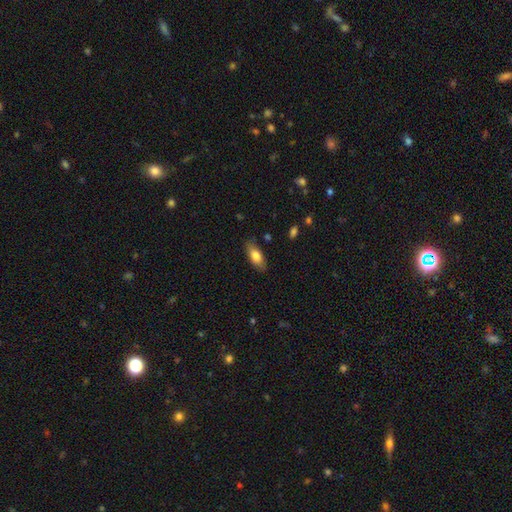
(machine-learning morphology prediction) Smooth or featured?
  - smooth: 77% *
  - featured or disk: 16%
  - star or artifact: 7%
How rounded?
  - in between: 83% *
  - cigar-shaped: 14%
  - round: 3%
Merging?
  - none: 81% *
  - minor disturbance: 14%
  - major disturbance: 3%
  - merger: 1%